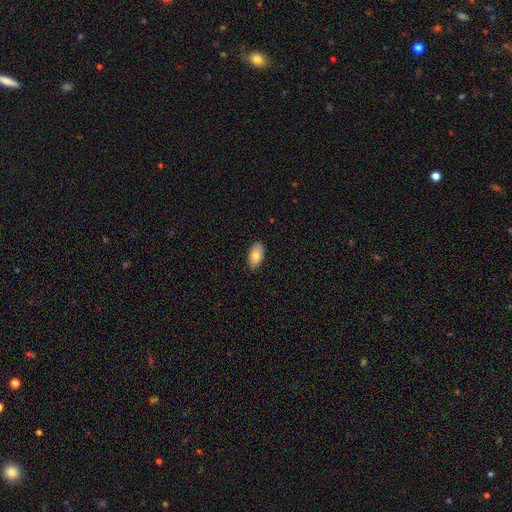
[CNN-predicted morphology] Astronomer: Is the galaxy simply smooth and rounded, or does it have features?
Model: smooth — 81%.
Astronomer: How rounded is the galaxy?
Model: in between — 94%.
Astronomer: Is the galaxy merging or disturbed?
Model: none — 87%.